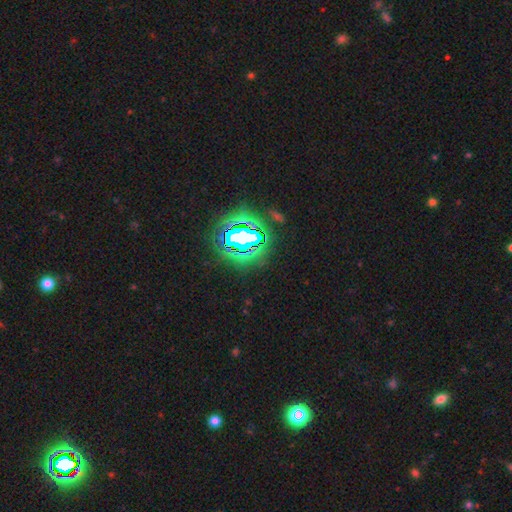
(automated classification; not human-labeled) Smooth or featured? star or artifact (81%)